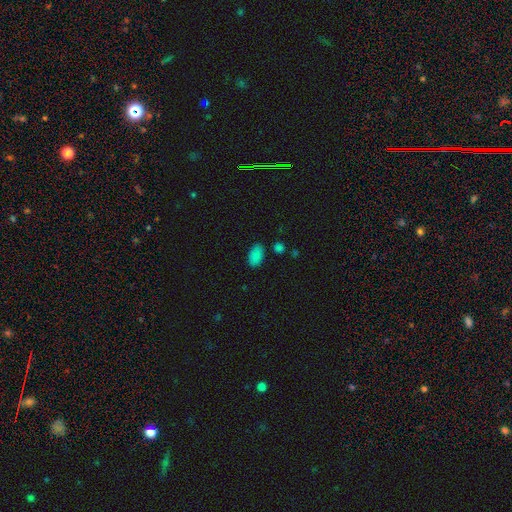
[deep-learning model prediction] Q: Smooth or featured?
A: smooth (85%); runner-up: star or artifact (11%)
Q: How rounded?
A: in between (94%); runner-up: round (4%)
Q: Merging?
A: none (81%); runner-up: minor disturbance (12%)